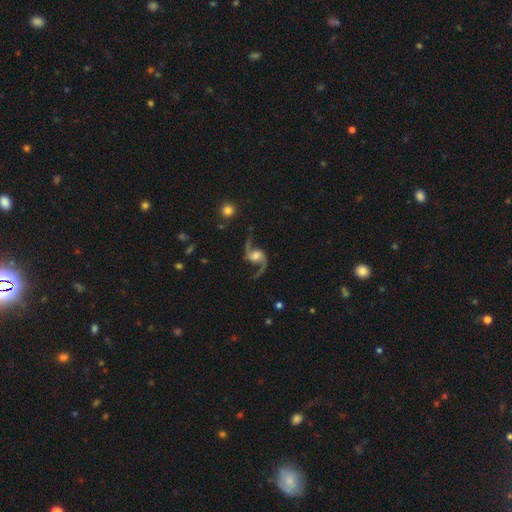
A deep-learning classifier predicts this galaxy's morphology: Smooth or featured? Predicted: featured or disk (p=0.91). Edge-on disk? Predicted: no (p=0.97). Bar? Predicted: no (p=0.55). Spiral arms? Predicted: yes (p=0.98). Spiral winding? Predicted: loose (p=0.80). Spiral arm count? Predicted: 2 (p=0.94). Bulge size? Predicted: moderate (p=0.47). Merging? Predicted: none (p=0.75).